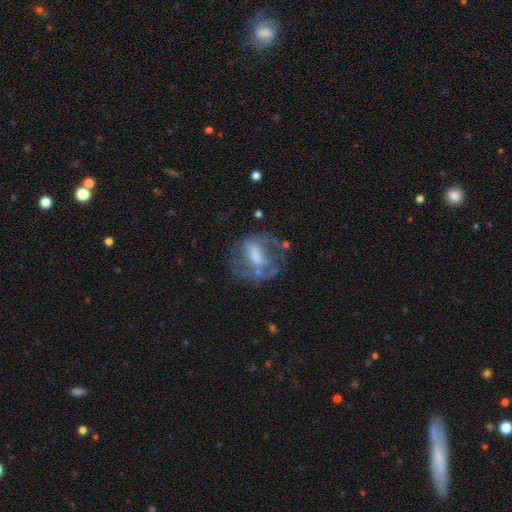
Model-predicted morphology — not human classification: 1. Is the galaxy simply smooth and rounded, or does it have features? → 60% featured or disk, 28% smooth, 12% star or artifact.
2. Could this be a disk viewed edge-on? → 94% no, 6% yes.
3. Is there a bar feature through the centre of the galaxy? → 40% no, 37% weak, 23% strong.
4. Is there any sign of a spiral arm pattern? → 60% no, 40% yes.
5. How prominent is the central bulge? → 39% moderate, 22% small, 21% none, 16% large, 2% dominant.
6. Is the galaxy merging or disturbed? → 51% none, 24% major disturbance, 20% minor disturbance, 4% merger.